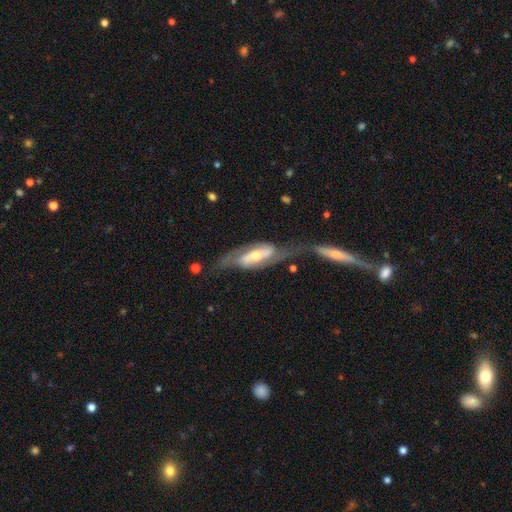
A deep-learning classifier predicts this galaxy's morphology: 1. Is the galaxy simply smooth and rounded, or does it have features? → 77% featured or disk, 18% smooth, 5% star or artifact.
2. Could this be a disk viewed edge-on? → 84% no, 16% yes.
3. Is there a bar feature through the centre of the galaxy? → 38% strong, 32% weak, 30% no.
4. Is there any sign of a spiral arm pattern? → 82% yes, 18% no.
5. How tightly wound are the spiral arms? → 40% medium, 38% loose, 21% tight.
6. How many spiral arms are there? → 82% 2, 11% can't tell, 4% 1, 1% 3, 1% 4, 1% more than 4.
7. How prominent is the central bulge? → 63% moderate, 25% small, 9% large, 1% none, 1% dominant.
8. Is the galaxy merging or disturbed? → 40% none, 25% major disturbance, 20% minor disturbance, 15% merger.